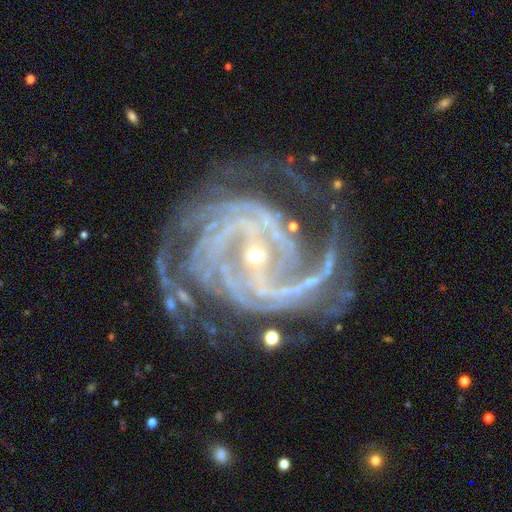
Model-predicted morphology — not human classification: smooth_or_featured: featured or disk (p=0.93) [alt: star or artifact p=0.05]
disk_edge_on: no (p=0.98) [alt: yes p=0.02]
bar: strong (p=0.47) [alt: weak p=0.31]
has_spiral_arms: yes (p=0.99) [alt: no p=0.01]
spiral_winding: tight (p=0.46) [alt: medium p=0.43]
spiral_arm_count: 2 (p=0.24) [alt: 3 p=0.23]
bulge_size: small (p=0.77) [alt: moderate p=0.20]
merging: none (p=0.59) [alt: minor disturbance p=0.19]